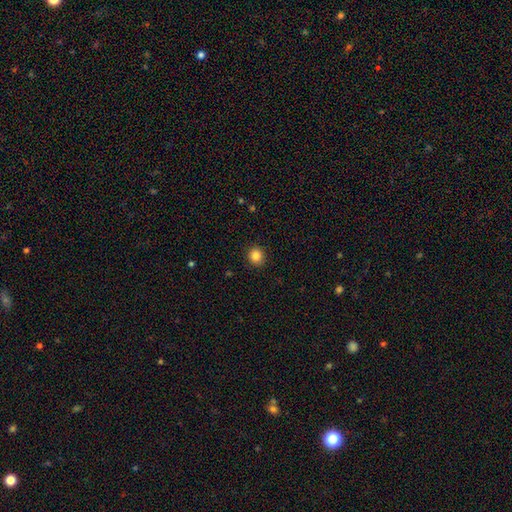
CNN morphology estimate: smooth_or_featured: smooth (p=0.85) [alt: star or artifact p=0.11]
how_rounded: round (p=0.88) [alt: in between p=0.11]
merging: none (p=0.91) [alt: minor disturbance p=0.06]